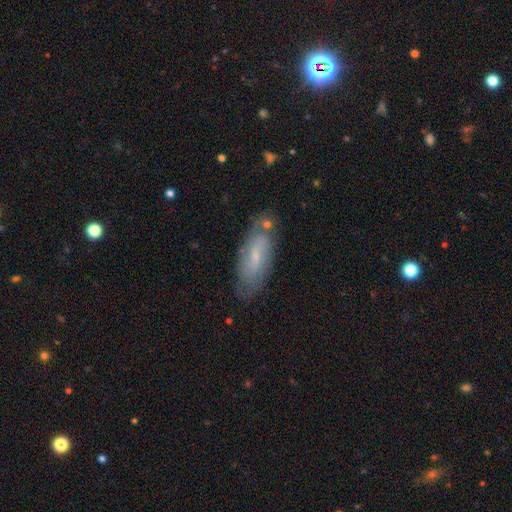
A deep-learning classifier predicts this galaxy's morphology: Smooth or featured: featured or disk — 50% (smooth — 42%)
Edge-on disk: no — 81% (yes — 19%)
Merging: none — 72% (minor disturbance — 18%)